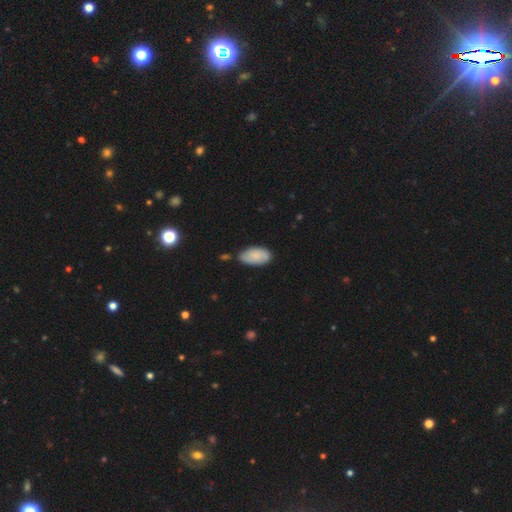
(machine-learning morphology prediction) type=smooth (79%); roundness=in between (95%); merging=none (65%).